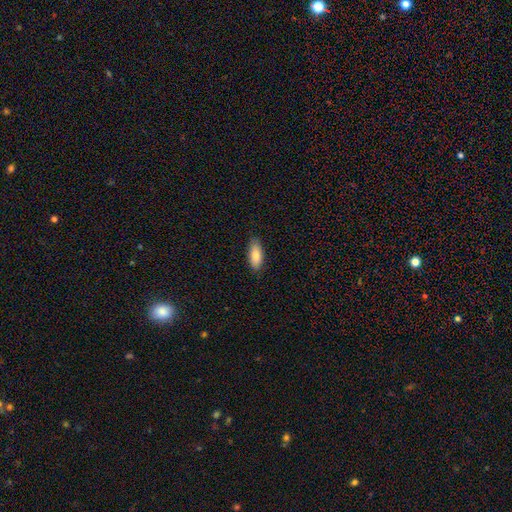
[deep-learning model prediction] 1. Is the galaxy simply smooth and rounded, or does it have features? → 84% smooth, 10% featured or disk, 6% star or artifact.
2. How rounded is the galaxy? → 79% in between, 19% cigar-shaped, 2% round.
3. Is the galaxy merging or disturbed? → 85% none, 12% minor disturbance, 2% major disturbance, 1% merger.